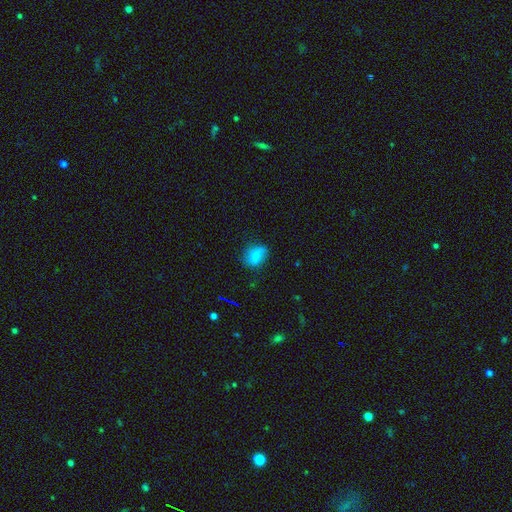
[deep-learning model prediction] A smooth galaxy with no disk features (79%) that is in between round and cigar-shaped (77%).

Vote fractions:
- Smooth or featured? smooth: 79% / star or artifact: 11% / featured or disk: 9%
- How rounded? in between: 77% / round: 18% / cigar-shaped: 5%
- Merging? none: 65% / minor disturbance: 25% / major disturbance: 8% / merger: 2%